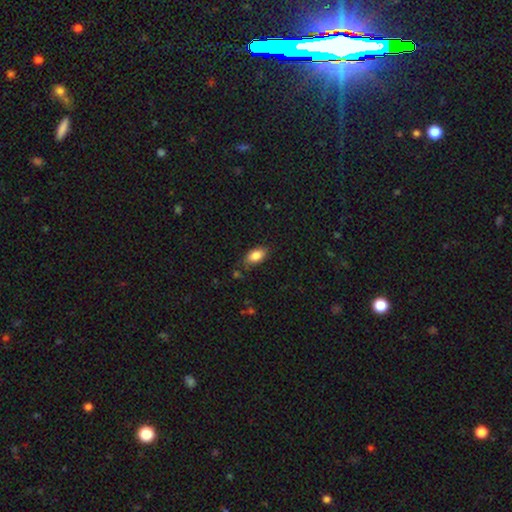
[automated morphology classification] Smooth or featured: smooth — 84% (featured or disk — 8%)
How rounded: in between — 91% (round — 5%)
Merging: none — 76% (minor disturbance — 18%)